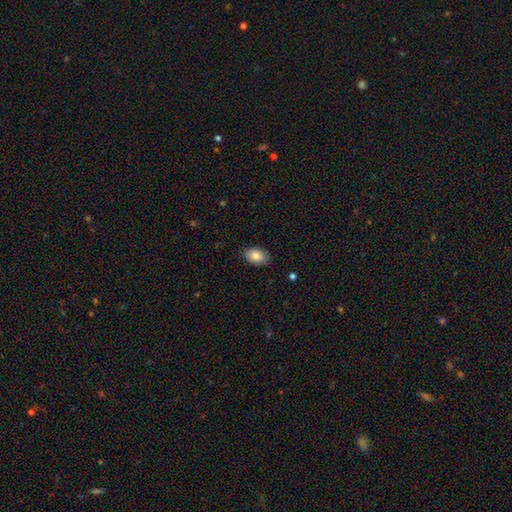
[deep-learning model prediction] A smooth galaxy with no disk features (84%) that is in between round and cigar-shaped (87%). Merging: none (85%).